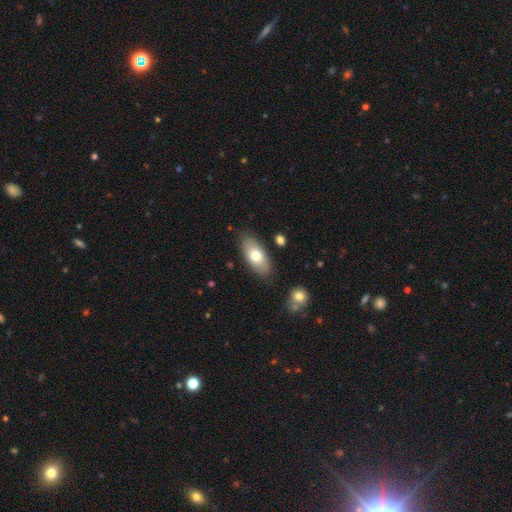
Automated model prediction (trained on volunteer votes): smooth 72%, featured or disk 22%, star or artifact 6%. Down the decision tree: how rounded — in between (88%); merging — none (83%).